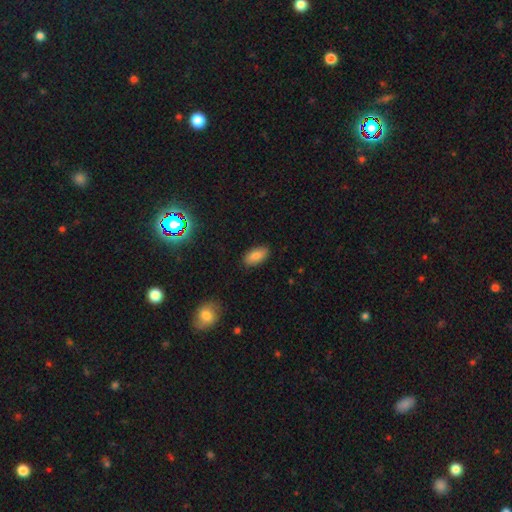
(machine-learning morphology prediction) smooth 82%, featured or disk 9%, star or artifact 9%. Down the decision tree: how rounded — in between (92%); merging — none (87%).